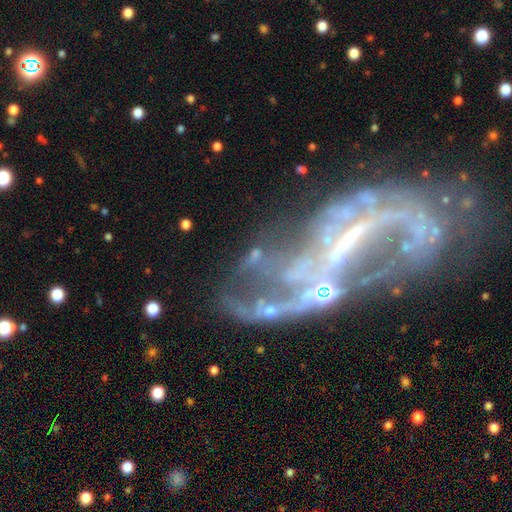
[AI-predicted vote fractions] A featured or disk galaxy (51%). Merging: none (36%).